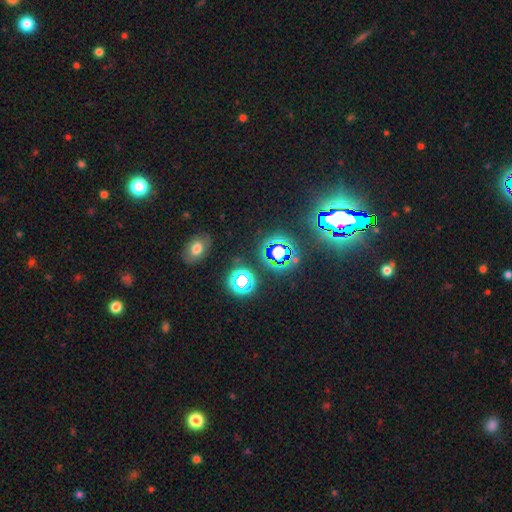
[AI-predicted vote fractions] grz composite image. It shows a star or artifact, not a galaxy (73%).